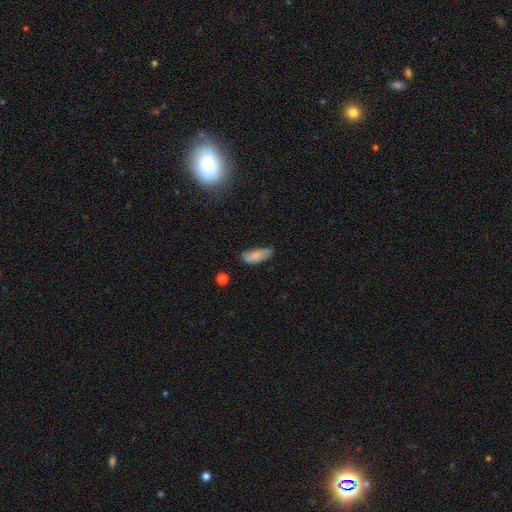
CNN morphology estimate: A smooth galaxy with no disk features (79%) that is in between round and cigar-shaped (81%). Merging: none (59%).